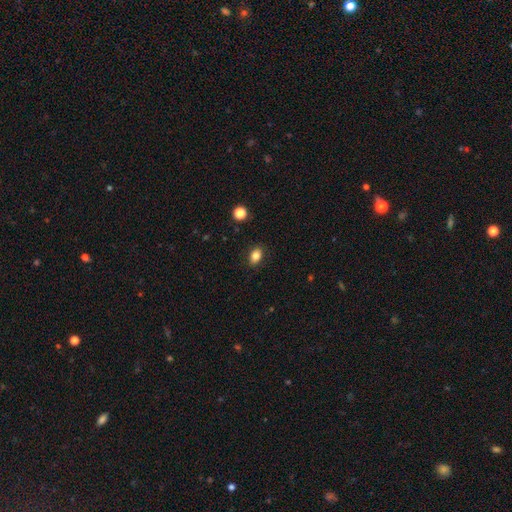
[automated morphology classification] Overall: smooth (84%). How rounded: in between (79%). Merging: none (87%).